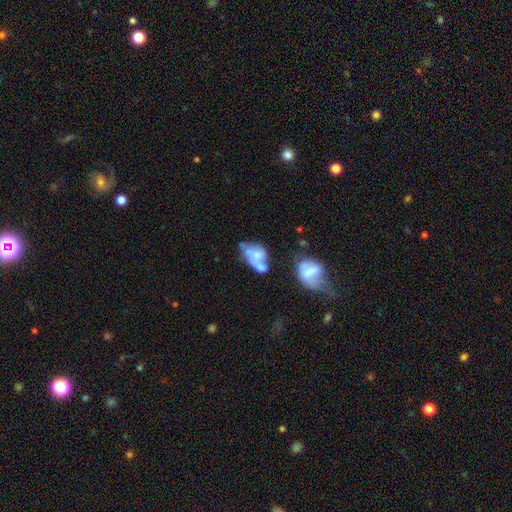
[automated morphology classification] smooth_or_featured: featured or disk (p=0.51) [alt: smooth p=0.40]
disk_edge_on: no (p=0.96) [alt: yes p=0.04]
merging: merger (p=0.49) [alt: major disturbance p=0.19]